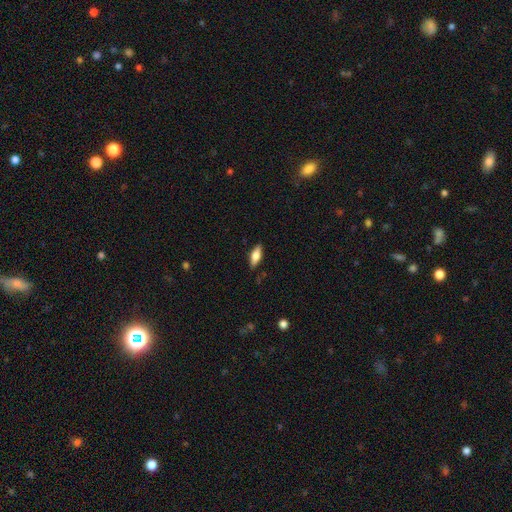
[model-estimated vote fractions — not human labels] This appears to be a smooth galaxy with no disk features (61%) that is in between round and cigar-shaped (66%). Merging: none (86%).